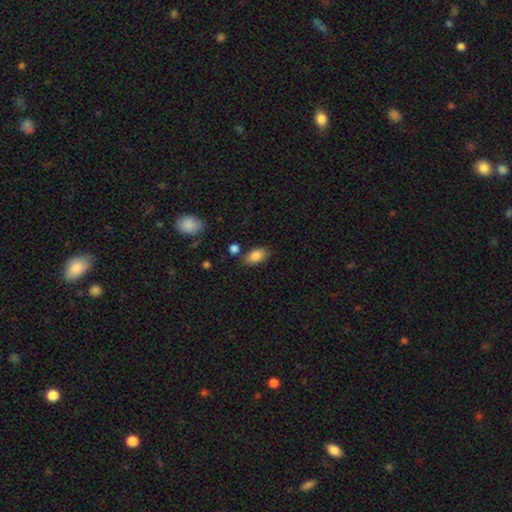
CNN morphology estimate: Q: Smooth or featured?
A: smooth (86%); runner-up: star or artifact (8%)
Q: How rounded?
A: in between (91%); runner-up: round (5%)
Q: Merging?
A: none (75%); runner-up: minor disturbance (15%)